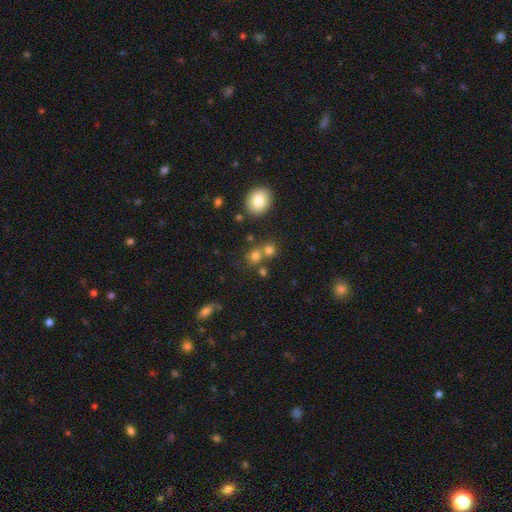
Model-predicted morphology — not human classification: type=smooth (74%); roundness=round (77%); merging=none (54%).